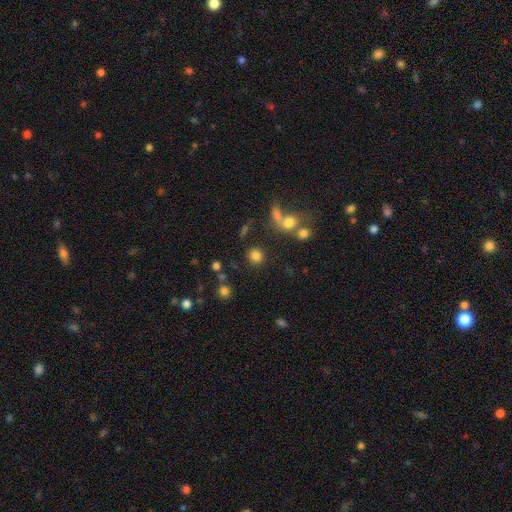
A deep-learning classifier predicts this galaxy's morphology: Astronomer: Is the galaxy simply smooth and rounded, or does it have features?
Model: smooth — 81%.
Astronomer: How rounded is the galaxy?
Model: round — 85%.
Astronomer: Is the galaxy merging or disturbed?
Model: none — 79%.